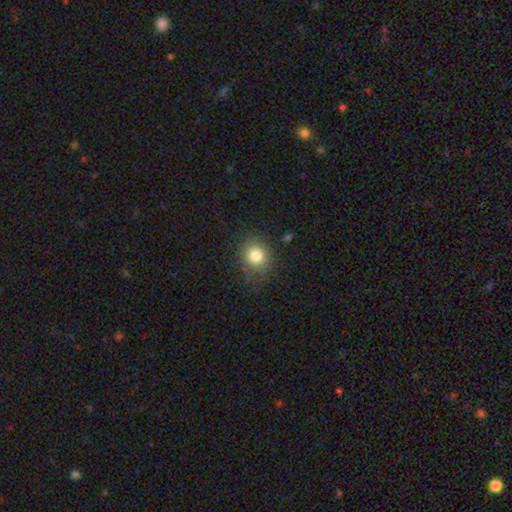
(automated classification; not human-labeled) A smooth galaxy with no disk features (80%) that is round (76%).

Vote fractions:
- Smooth or featured? smooth: 80% / star or artifact: 11% / featured or disk: 9%
- How rounded? round: 76% / in between: 23% / cigar-shaped: 1%
- Merging? none: 78% / minor disturbance: 15% / major disturbance: 5% / merger: 2%